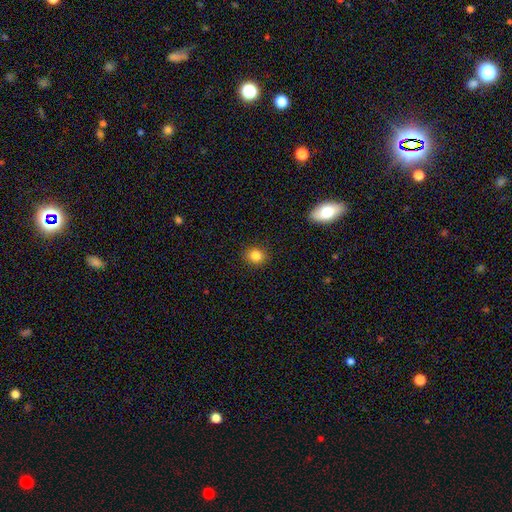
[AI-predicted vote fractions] This is clearly a smooth galaxy (83%). How rounded: likely round (75%). Merging: clearly none (90%).